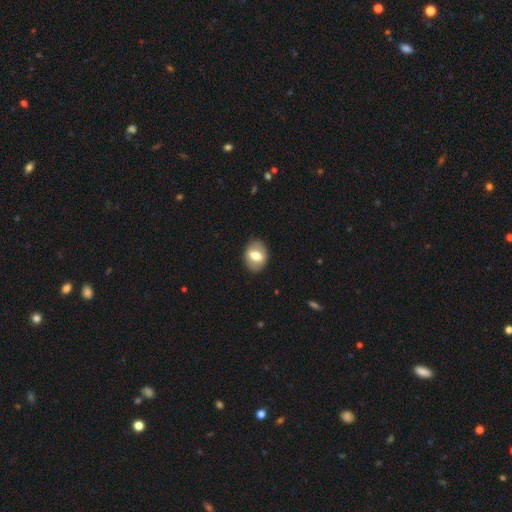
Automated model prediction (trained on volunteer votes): Smooth or featured?
  - smooth: 59% *
  - featured or disk: 34%
  - star or artifact: 7%
How rounded?
  - in between: 65% *
  - round: 34%
  - cigar-shaped: 1%
Merging?
  - none: 86% *
  - minor disturbance: 10%
  - major disturbance: 3%
  - merger: 1%